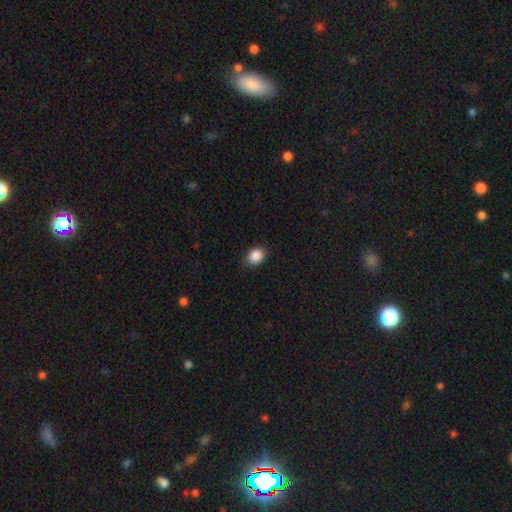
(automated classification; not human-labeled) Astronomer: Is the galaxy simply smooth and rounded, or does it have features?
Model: smooth — 88%.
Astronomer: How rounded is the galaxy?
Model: in between — 54% (runner-up: round, 45%).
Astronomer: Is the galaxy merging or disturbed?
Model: none — 85%.